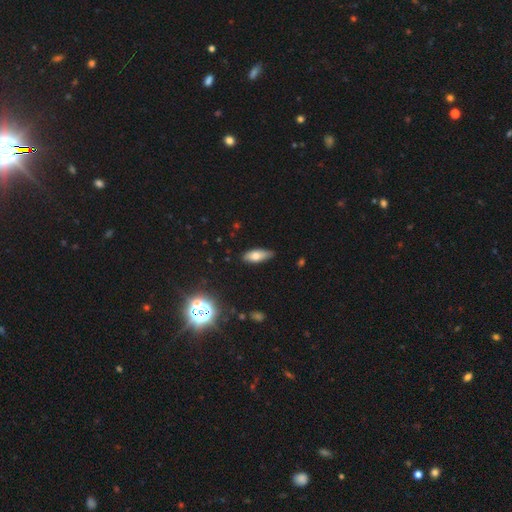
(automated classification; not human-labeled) This appears to be a smooth galaxy with no disk features (70%) that is in between round and cigar-shaped (75%). Merging: none (78%).